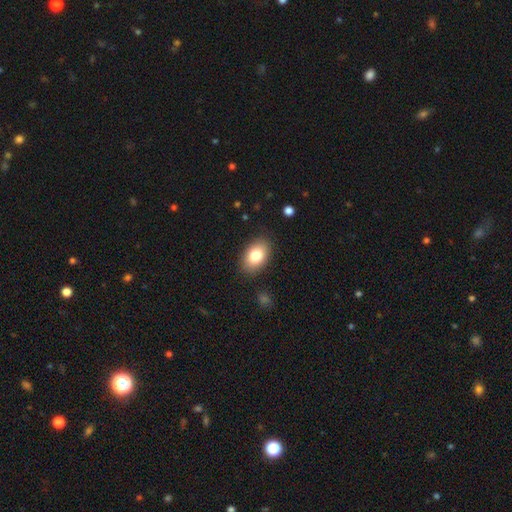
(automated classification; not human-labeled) Smooth or featured? smooth (81%)
How rounded? in between (87%)
Merging? none (86%)